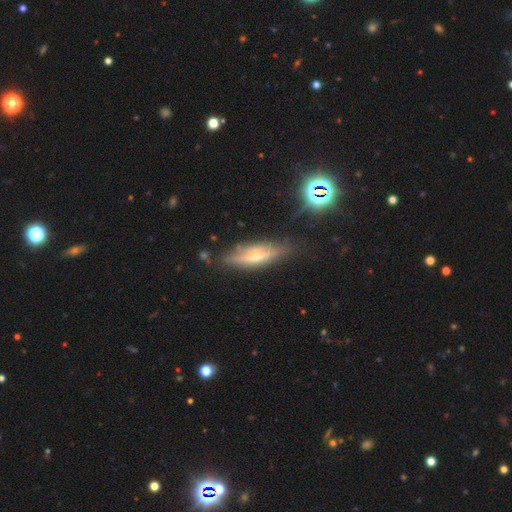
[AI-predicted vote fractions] Smooth or featured?
  - featured or disk: 64% *
  - smooth: 25%
  - star or artifact: 11%
Edge-on disk?
  - yes: 88% *
  - no: 12%
Edge-on bulge?
  - rounded: 80% *
  - boxy: 10%
  - none: 10%
Merging?
  - none: 76% *
  - minor disturbance: 17%
  - major disturbance: 5%
  - merger: 2%